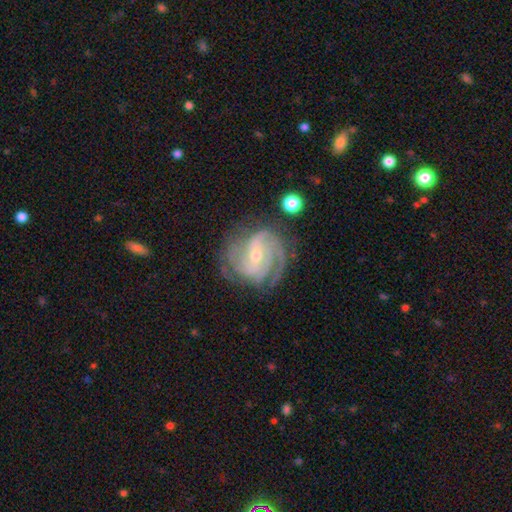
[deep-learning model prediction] Smooth or featured? featured or disk (89%)
Edge-on disk? no (97%)
Bar? weak (46%)
Spiral arms? yes (98%)
Spiral winding? tight (61%)
Spiral arm count? 3 (36%)
Bulge size? small (56%)
Merging? none (73%)